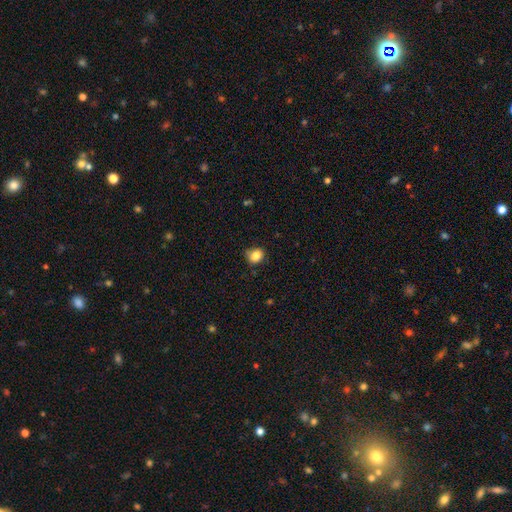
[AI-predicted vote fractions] A smooth galaxy with no disk features (85%) that is round (63%). Merging: none (76%).